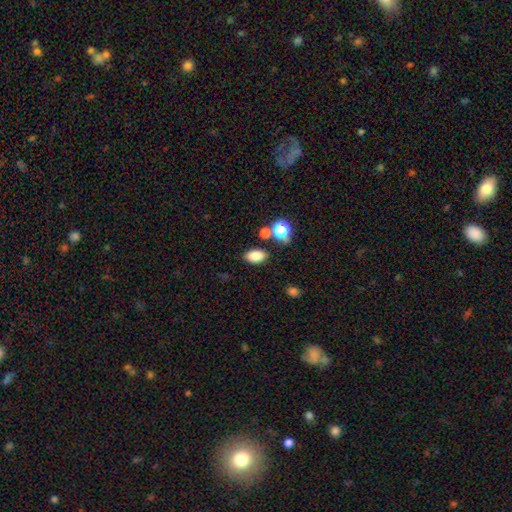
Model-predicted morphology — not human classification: Smooth or featured? Predicted: smooth (p=0.81). How rounded? Predicted: in between (p=0.88). Merging? Predicted: none (p=0.80).